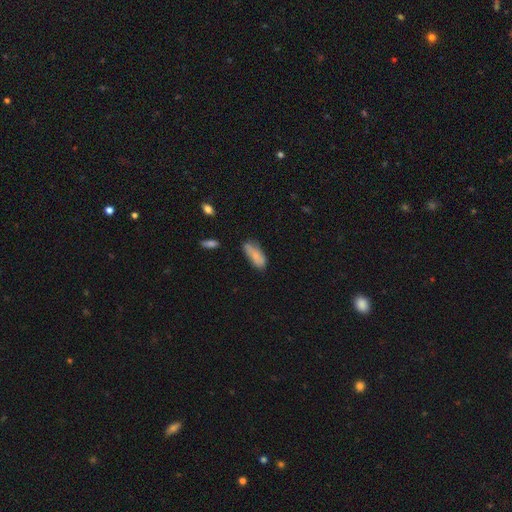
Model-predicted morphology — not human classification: Overall: smooth (74%). How rounded: in between (79%). Merging: none (53%; minor disturbance 32%).